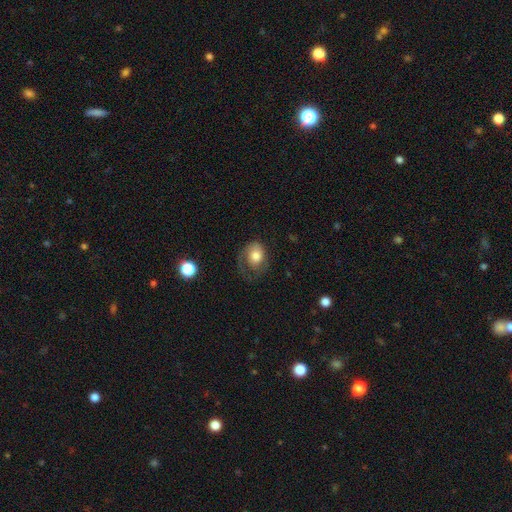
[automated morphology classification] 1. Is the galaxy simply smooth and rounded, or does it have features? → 62% smooth, 30% featured or disk, 8% star or artifact.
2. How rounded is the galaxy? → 53% in between, 46% round, 1% cigar-shaped.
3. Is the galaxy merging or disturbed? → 38% major disturbance, 36% none, 25% minor disturbance, 2% merger.